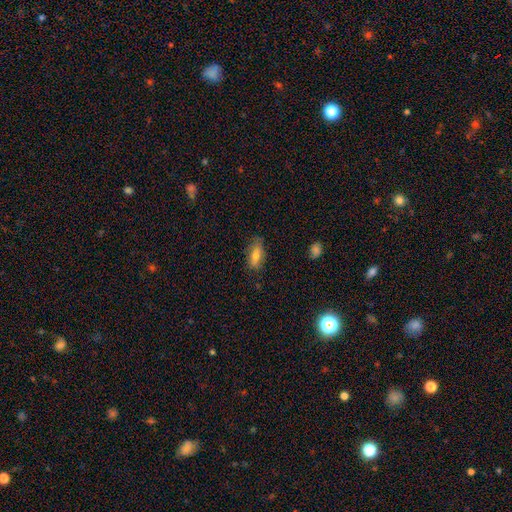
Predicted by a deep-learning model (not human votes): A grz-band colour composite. It shows a smooth galaxy with no disk features (72%) that is in between round and cigar-shaped (77%). Merging: none (75%).